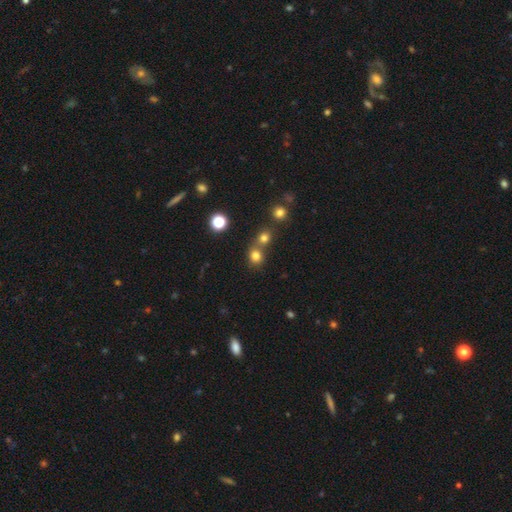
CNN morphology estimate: A smooth galaxy with no disk features (76%) that is round (81%).

Vote fractions:
- Smooth or featured? smooth: 76% / star or artifact: 17% / featured or disk: 7%
- How rounded? round: 81% / in between: 18% / cigar-shaped: 1%
- Merging? none: 55% / merger: 34% / minor disturbance: 7% / major disturbance: 3%